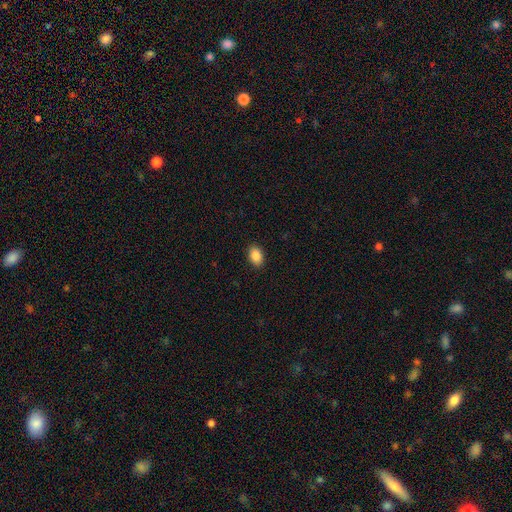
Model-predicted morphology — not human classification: Q: Smooth or featured?
A: smooth (88%); runner-up: star or artifact (8%)
Q: How rounded?
A: in between (83%); runner-up: round (16%)
Q: Merging?
A: none (90%); runner-up: minor disturbance (7%)